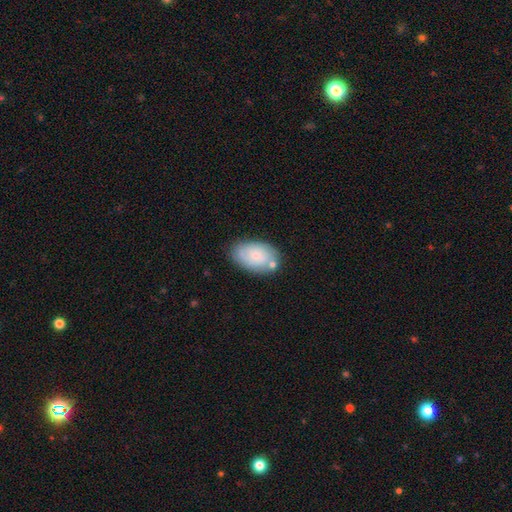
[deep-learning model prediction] The model was most divided on "smooth or featured": smooth: 54%, featured or disk: 39%, star or artifact: 7%. More confident: how rounded — in between (90%); merging — none (69%).